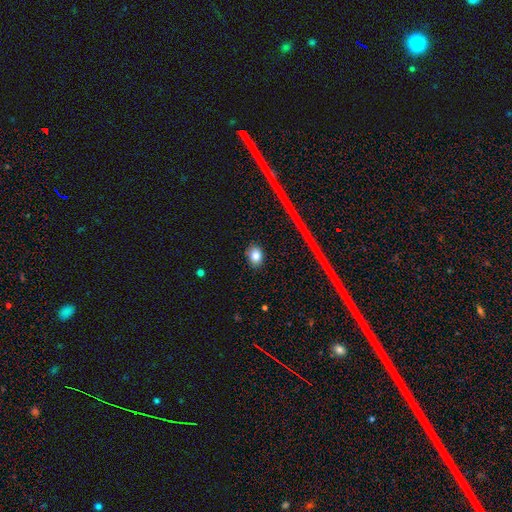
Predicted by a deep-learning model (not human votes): smooth 80%, star or artifact 11%, featured or disk 8%. Down the decision tree: how rounded — round (50%); merging — none (87%).